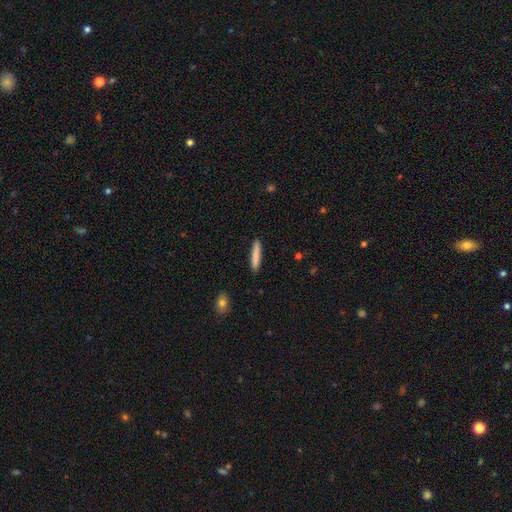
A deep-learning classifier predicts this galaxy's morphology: Q: Smooth or featured?
A: smooth (84%); runner-up: featured or disk (10%)
Q: How rounded?
A: cigar-shaped (92%); runner-up: in between (7%)
Q: Merging?
A: none (90%); runner-up: minor disturbance (7%)